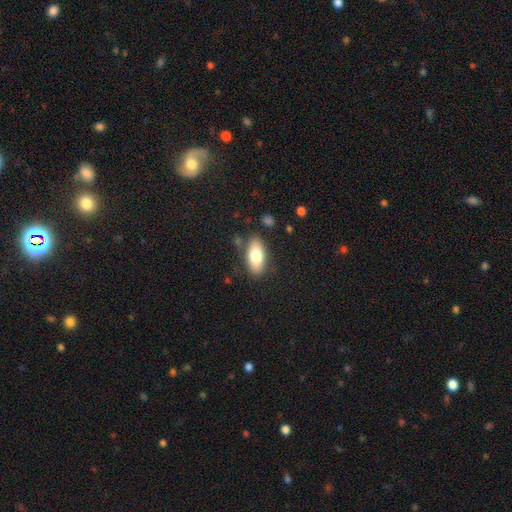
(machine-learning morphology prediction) This is likely a smooth galaxy (76%). How rounded: clearly in between (86%). Merging: clearly none (80%).